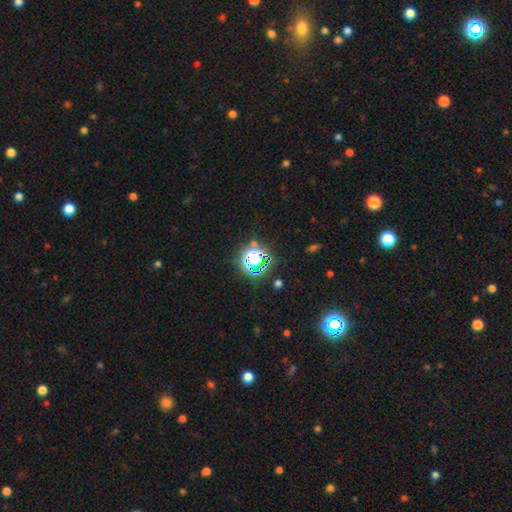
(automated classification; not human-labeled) smooth_or_featured: star or artifact (p=0.66) [alt: smooth p=0.24]